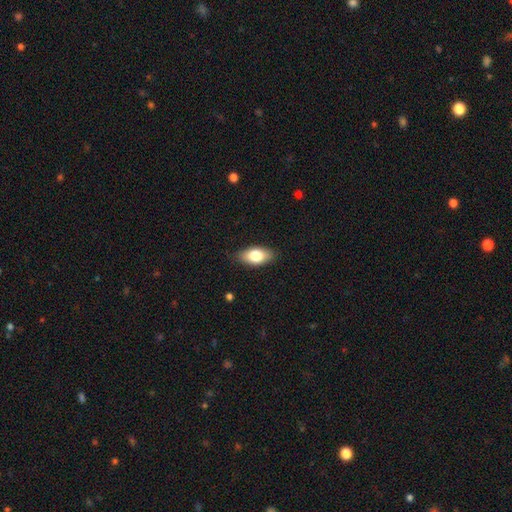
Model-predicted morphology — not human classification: type=smooth (77%); roundness=in between (90%); merging=none (85%).